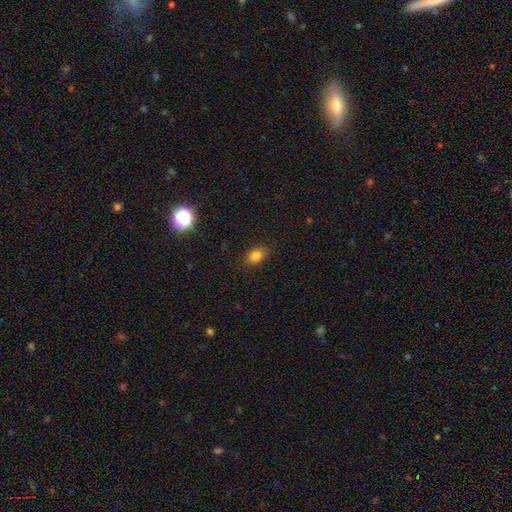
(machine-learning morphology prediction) This is clearly a smooth galaxy (81%). How rounded: likely in between (78%). Merging: clearly none (87%).